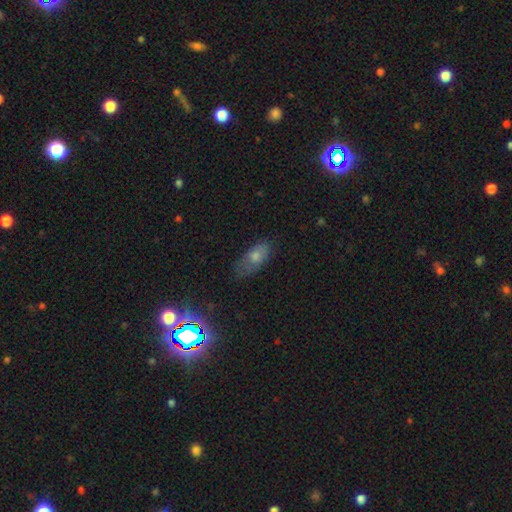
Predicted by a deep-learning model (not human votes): smooth_or_featured: smooth (p=0.61) [alt: featured or disk p=0.20]
how_rounded: in between (p=0.80) [alt: cigar-shaped p=0.13]
merging: none (p=0.66) [alt: minor disturbance p=0.25]